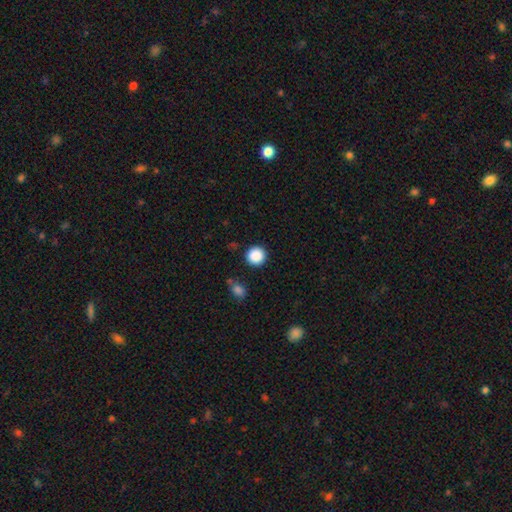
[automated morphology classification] Q: Smooth or featured?
A: smooth (88%); runner-up: star or artifact (9%)
Q: How rounded?
A: round (94%); runner-up: in between (5%)
Q: Merging?
A: none (89%); runner-up: minor disturbance (7%)